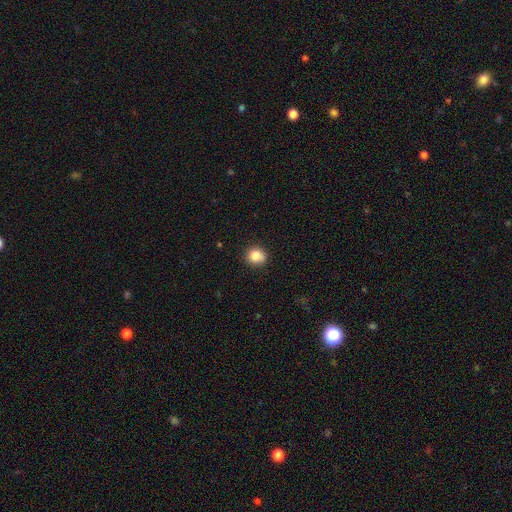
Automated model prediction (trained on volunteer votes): Morphology: type=smooth (84%); roundness=round (87%); merging=none (83%).